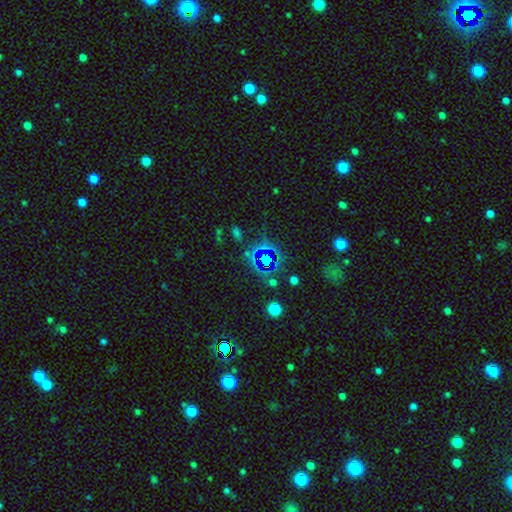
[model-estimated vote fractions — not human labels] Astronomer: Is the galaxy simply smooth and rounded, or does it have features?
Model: star or artifact — 69%.